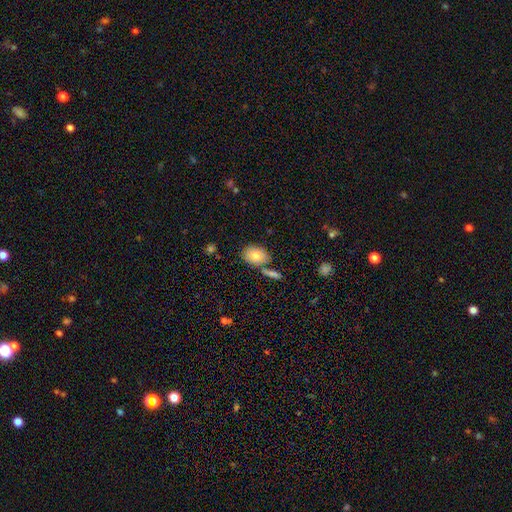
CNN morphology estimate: Overall: smooth (79%). How rounded: in between (74%). Merging: none (67%).